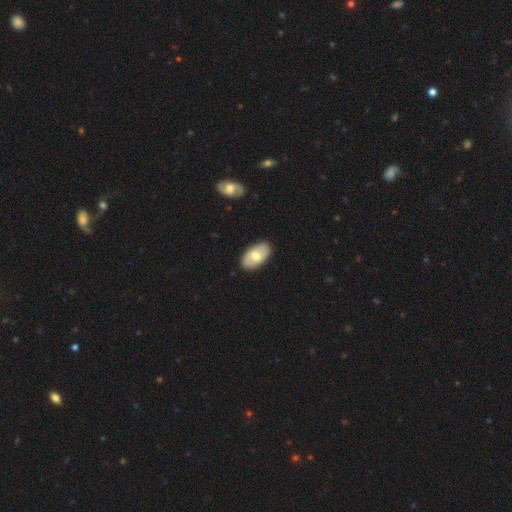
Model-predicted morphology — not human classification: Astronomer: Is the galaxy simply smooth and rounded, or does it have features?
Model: smooth — 61%.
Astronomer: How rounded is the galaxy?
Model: in between — 94%.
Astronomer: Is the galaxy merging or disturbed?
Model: none — 87%.